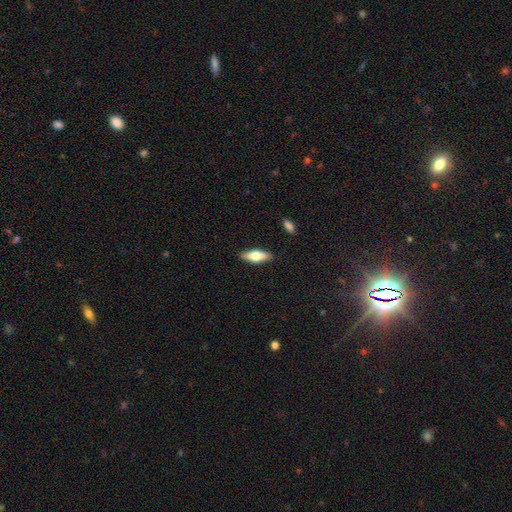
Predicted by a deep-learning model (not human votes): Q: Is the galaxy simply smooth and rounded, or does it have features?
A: smooth — 55%.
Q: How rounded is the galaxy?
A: in between — 59%.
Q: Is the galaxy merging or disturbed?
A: none — 87%.